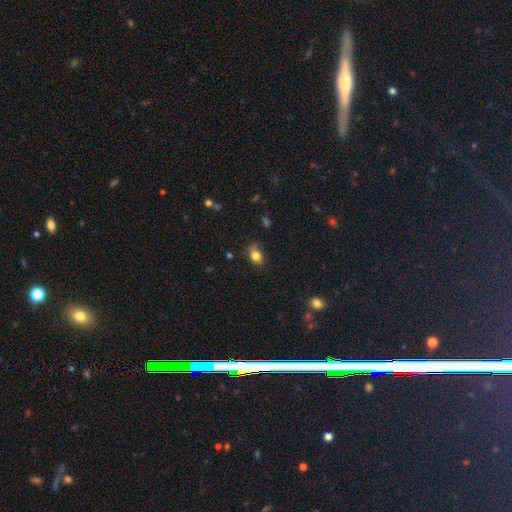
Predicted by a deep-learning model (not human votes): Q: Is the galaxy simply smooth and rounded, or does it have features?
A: smooth — 81%.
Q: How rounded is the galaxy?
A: in between — 70%.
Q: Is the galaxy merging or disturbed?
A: none — 63%.